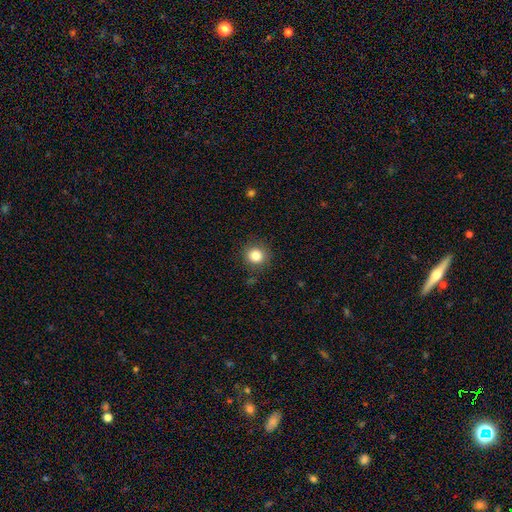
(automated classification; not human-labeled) smooth_or_featured: smooth (p=0.83) [alt: star or artifact p=0.11]
how_rounded: round (p=0.91) [alt: in between p=0.08]
merging: none (p=0.87) [alt: minor disturbance p=0.09]